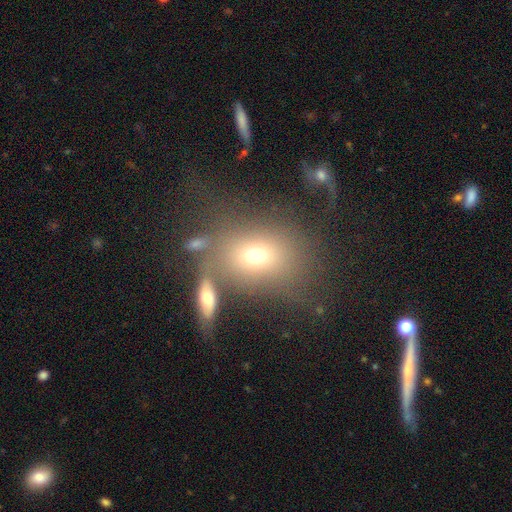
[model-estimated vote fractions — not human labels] This is likely a smooth galaxy (63%). How rounded: possibly in between (57%). Merging: possibly none (54%).